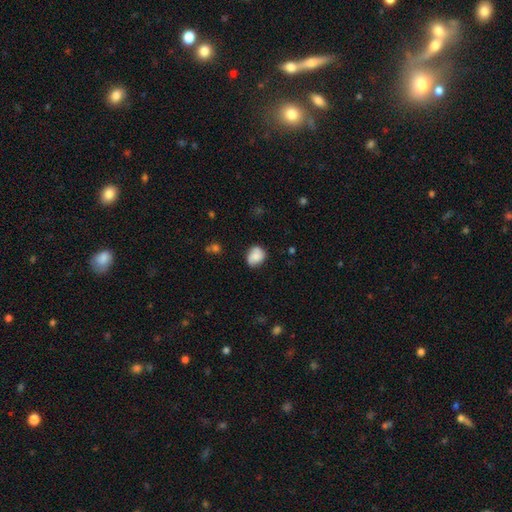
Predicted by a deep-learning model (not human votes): Q: Smooth or featured?
A: smooth (72%); runner-up: featured or disk (19%)
Q: How rounded?
A: round (50%); runner-up: in between (49%)
Q: Merging?
A: none (69%); runner-up: minor disturbance (23%)